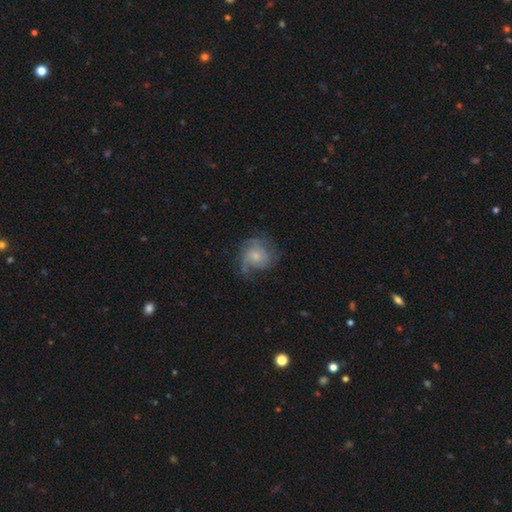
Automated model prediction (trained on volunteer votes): smooth_or_featured: featured or disk (p=0.56) [alt: smooth p=0.36]
disk_edge_on: no (p=0.98) [alt: yes p=0.02]
bar: no (p=0.76) [alt: weak p=0.22]
has_spiral_arms: yes (p=0.79) [alt: no p=0.21]
bulge_size: small (p=0.51) [alt: moderate p=0.35]
merging: none (p=0.52) [alt: minor disturbance p=0.24]